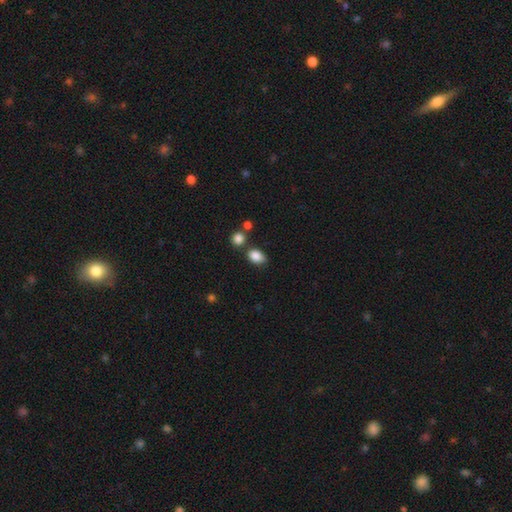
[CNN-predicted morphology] The model was most divided on "merging": none: 68%, minor disturbance: 16%, merger: 12%, major disturbance: 4%. More confident: smooth or featured — smooth (86%); how rounded — in between (79%).